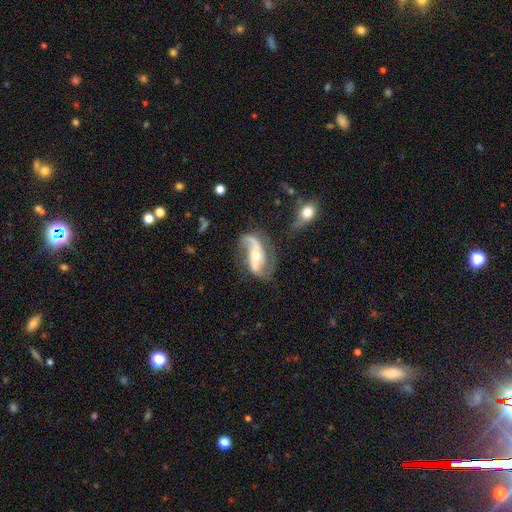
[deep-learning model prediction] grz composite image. It shows a featured or disk galaxy (86%) with a weak bar (34%), 2 (87%) loose (63%) spiral arms (94%) and a moderate central bulge (57%). Merging: none (57%).